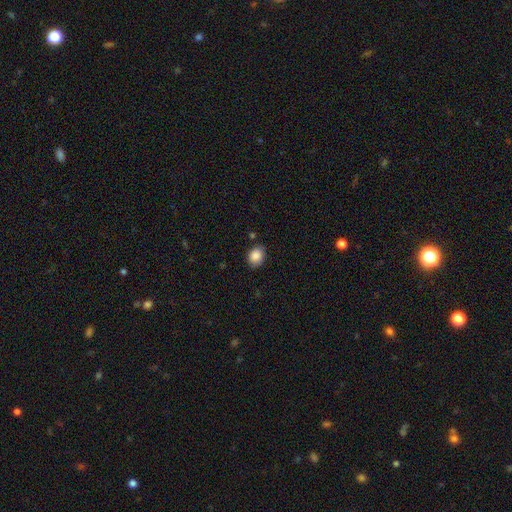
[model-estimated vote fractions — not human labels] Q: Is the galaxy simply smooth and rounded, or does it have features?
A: smooth — 86%.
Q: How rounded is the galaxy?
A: in between — 63%.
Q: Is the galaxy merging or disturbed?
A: none — 77%.